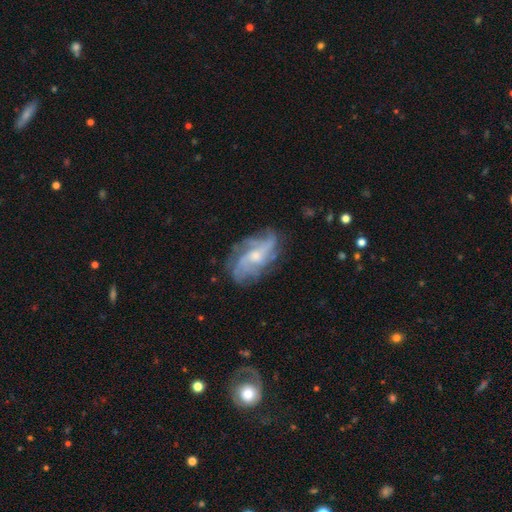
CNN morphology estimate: Smooth or featured? Predicted: featured or disk (p=0.81). Edge-on disk? Predicted: no (p=0.95). Bar? Predicted: no (p=0.64). Spiral arms? Predicted: yes (p=0.91). Spiral winding? Predicted: medium (p=0.40). Spiral arm count? Predicted: can't tell (p=0.29). Bulge size? Predicted: small (p=0.51). Merging? Predicted: none (p=0.68).